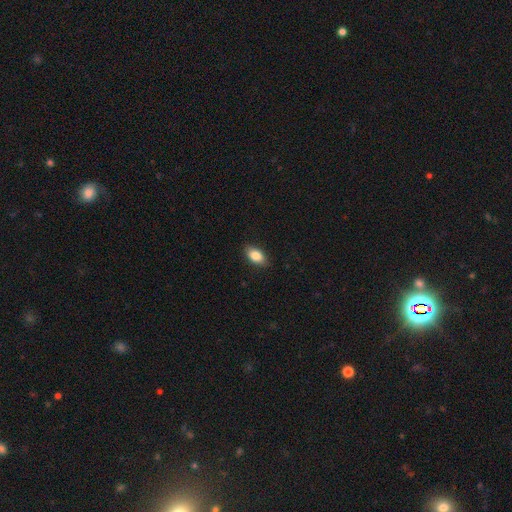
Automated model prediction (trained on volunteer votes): The model was most divided on "merging": none: 86%, minor disturbance: 11%, major disturbance: 2%, merger: 1%. More confident: how rounded — in between (90%); smooth or featured — smooth (85%).